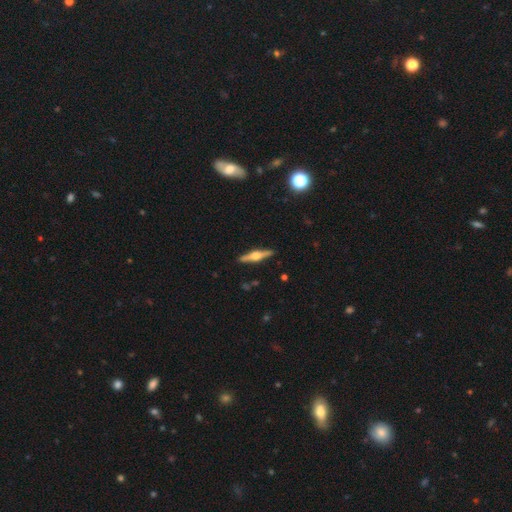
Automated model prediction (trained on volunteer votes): The model was most divided on "smooth or featured": featured or disk: 76%, smooth: 19%, star or artifact: 5%. More confident: edge-on disk — yes (98%); edge-on bulge — rounded (93%); merging — none (91%).